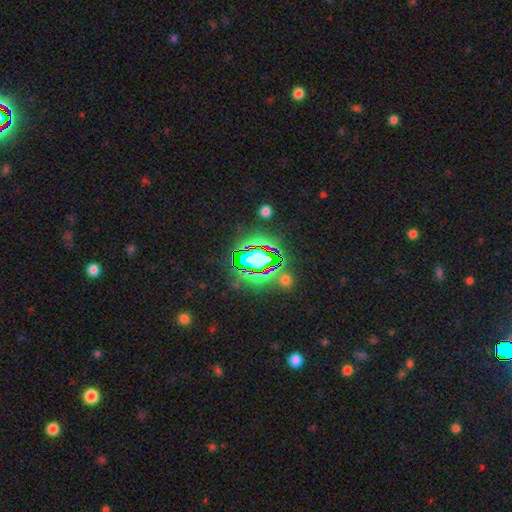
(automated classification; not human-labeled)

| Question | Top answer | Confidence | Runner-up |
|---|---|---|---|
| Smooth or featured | star or artifact | 80% | smooth (12%) |